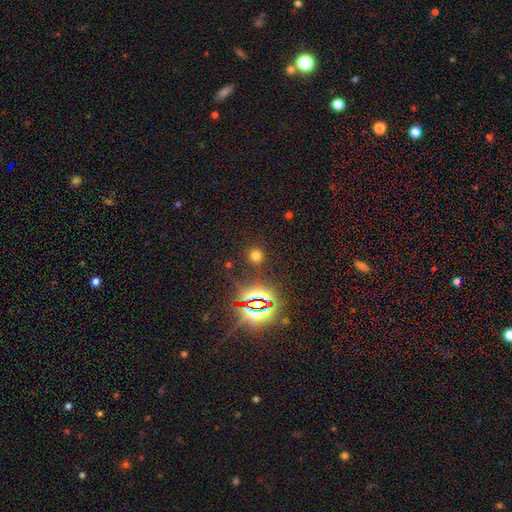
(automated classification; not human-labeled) A smooth galaxy with no disk features (65%) that is round (91%).

Vote fractions:
- Smooth or featured? smooth: 65% / star or artifact: 29% / featured or disk: 6%
- How rounded? round: 91% / in between: 8% / cigar-shaped: 1%
- Merging? none: 87% / minor disturbance: 7% / major disturbance: 3% / merger: 3%